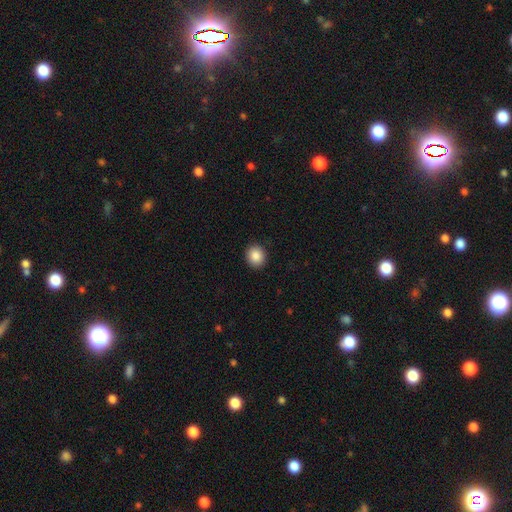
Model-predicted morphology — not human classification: A smooth galaxy with no disk features (88%) that is round (79%).

Vote fractions:
- Smooth or featured? smooth: 88% / star or artifact: 9% / featured or disk: 4%
- How rounded? round: 79% / in between: 20% / cigar-shaped: 1%
- Merging? none: 91% / minor disturbance: 6% / major disturbance: 2% / merger: 1%